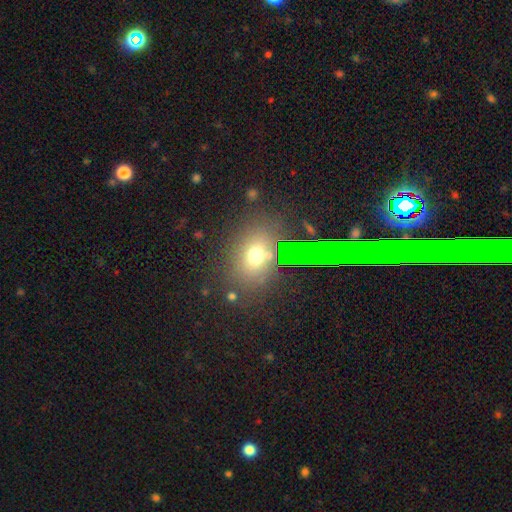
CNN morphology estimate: This appears to be a smooth galaxy with no disk features (65%) that is in between round and cigar-shaped (63%). Merging: none (74%).